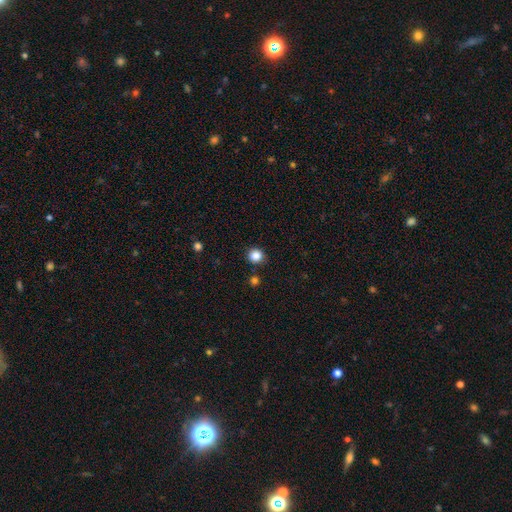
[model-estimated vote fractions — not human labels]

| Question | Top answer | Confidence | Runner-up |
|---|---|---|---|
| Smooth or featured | smooth | 85% | star or artifact (11%) |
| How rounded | round | 91% | in between (8%) |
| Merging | none | 88% | minor disturbance (6%) |